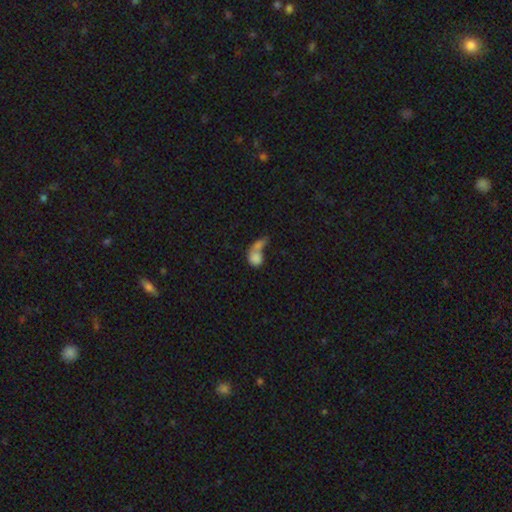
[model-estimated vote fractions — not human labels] Smooth or featured? smooth (77%)
How rounded? round (51%)
Merging? merger (58%)